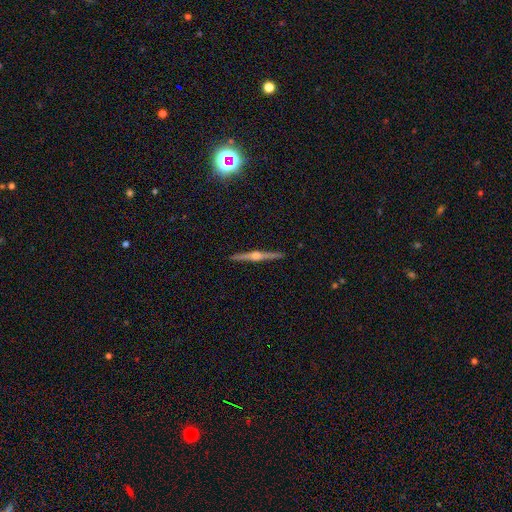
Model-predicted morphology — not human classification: A featured or disk galaxy (85%) viewed edge-on (99%) with a rounded central bulge (93%).

Vote fractions:
- Smooth or featured? featured or disk: 85% / smooth: 9% / star or artifact: 7%
- Edge-on disk? yes: 99% / no: 1%
- Edge-on bulge? rounded: 93% / boxy: 4% / none: 3%
- Merging? none: 93% / minor disturbance: 5% / major disturbance: 1% / merger: 1%